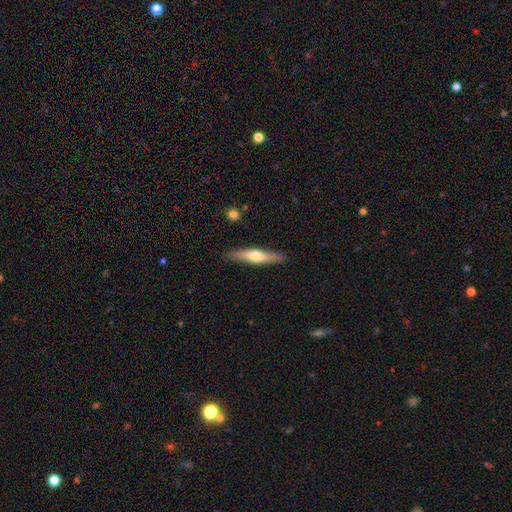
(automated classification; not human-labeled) Smooth or featured? featured or disk (48%)
Merging? none (88%)